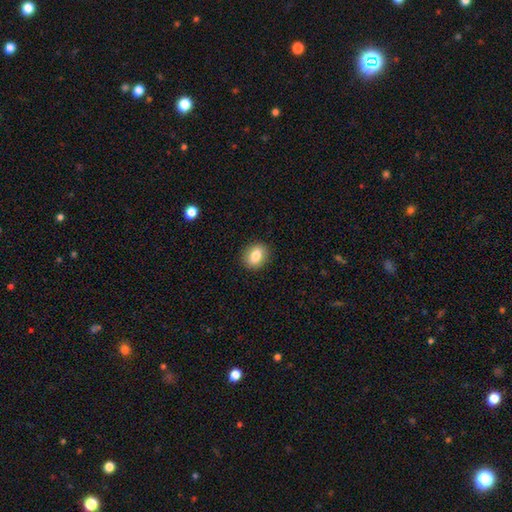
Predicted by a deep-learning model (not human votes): Smooth or featured? smooth (83%)
How rounded? round (52%)
Merging? none (90%)